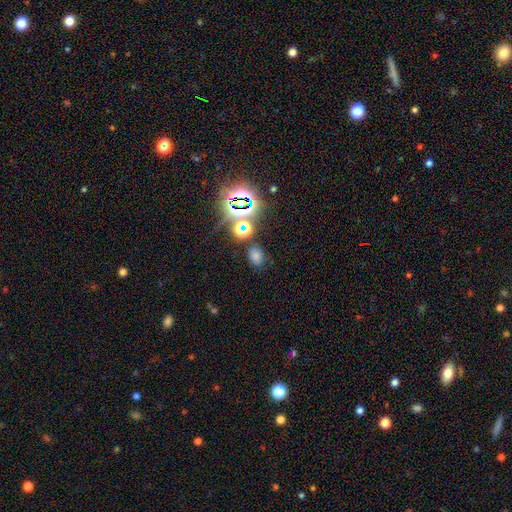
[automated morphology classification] Smooth or featured? smooth (59%)
How rounded? in between (69%)
Merging? none (78%)